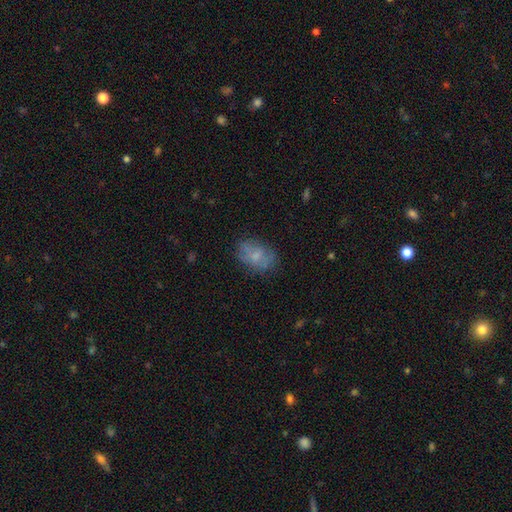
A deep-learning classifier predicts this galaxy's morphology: Smooth or featured? smooth (66%)
How rounded? in between (81%)
Merging? none (67%)